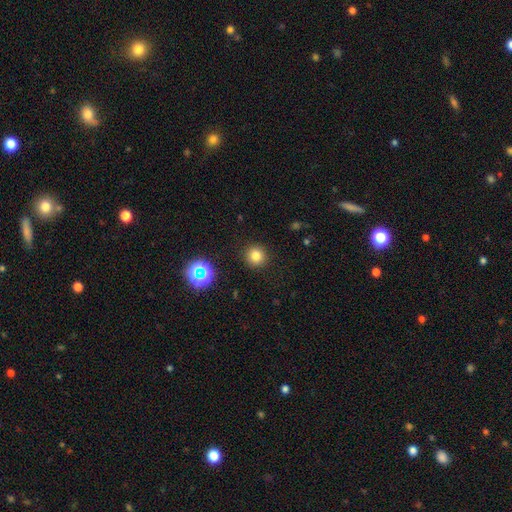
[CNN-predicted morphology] This appears to be a smooth galaxy with no disk features (77%) that is round (94%). Merging: none (91%).